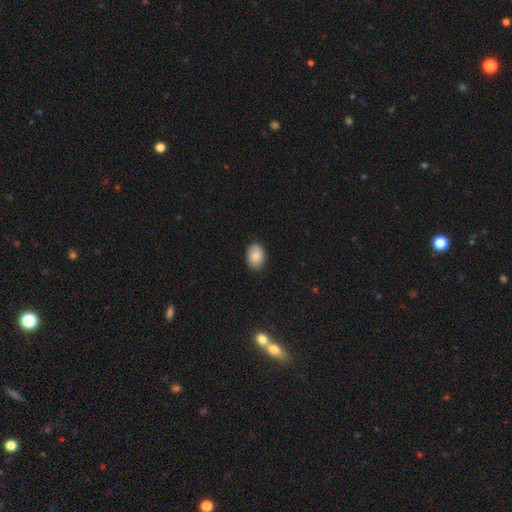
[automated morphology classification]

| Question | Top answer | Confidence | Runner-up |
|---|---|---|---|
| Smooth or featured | smooth | 84% | featured or disk (9%) |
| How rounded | in between | 81% | round (18%) |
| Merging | none | 86% | minor disturbance (11%) |